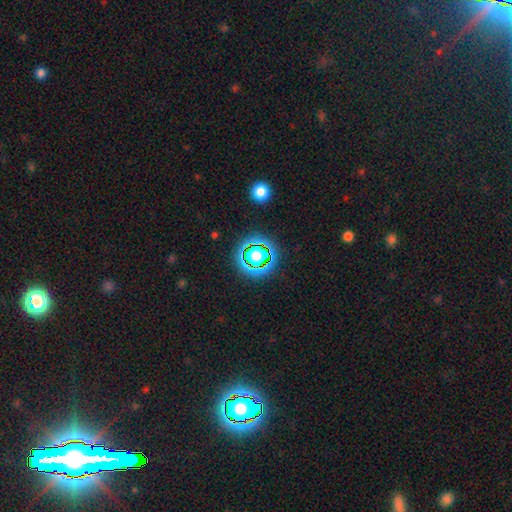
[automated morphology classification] This is possibly a star or artifact rather than a galaxy (57%).